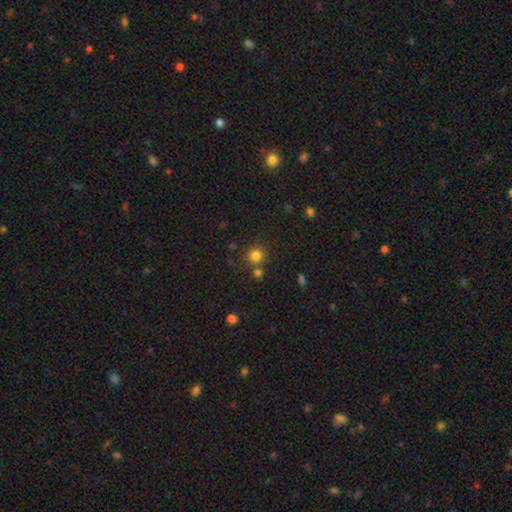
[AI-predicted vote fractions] smooth-or-featured: smooth: 80% | star or artifact: 15% | featured or disk: 5%
  how-rounded: round: 93% | in between: 6% | cigar-shaped: 1%
  merging: none: 74% | merger: 14% | minor disturbance: 8% | major disturbance: 3%